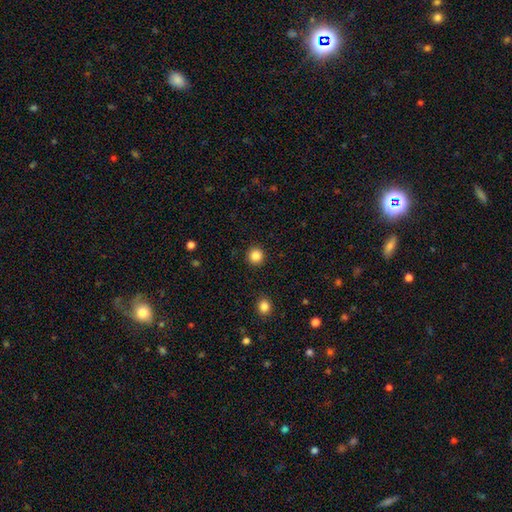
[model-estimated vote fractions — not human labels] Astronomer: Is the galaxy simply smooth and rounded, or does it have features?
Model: smooth — 85%.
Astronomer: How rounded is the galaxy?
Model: round — 94%.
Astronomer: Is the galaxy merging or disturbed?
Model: none — 93%.